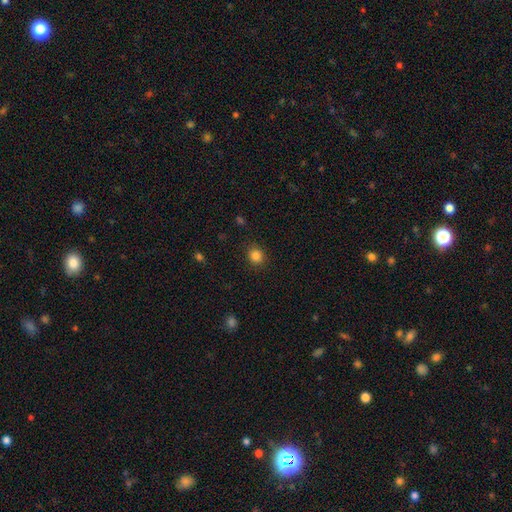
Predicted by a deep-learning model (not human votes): Smooth or featured? Predicted: smooth (p=0.85). How rounded? Predicted: round (p=0.82). Merging? Predicted: none (p=0.89).